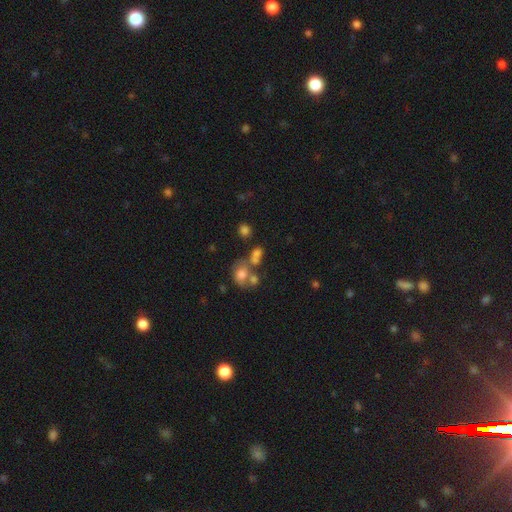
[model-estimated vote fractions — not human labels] Smooth or featured? Predicted: smooth (p=0.63). How rounded? Predicted: round (p=0.52). Merging? Predicted: merger (p=0.43).